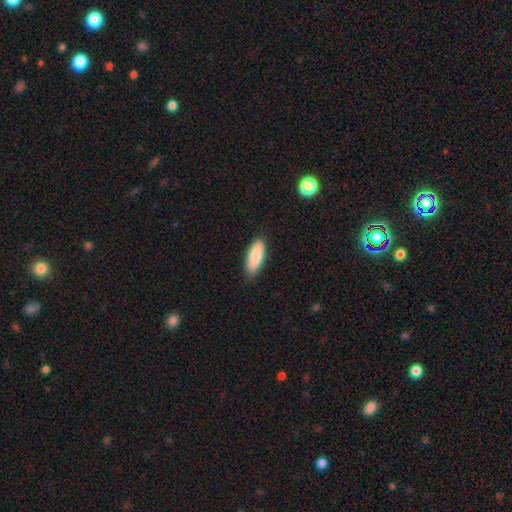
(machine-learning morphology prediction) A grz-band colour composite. It shows a smooth galaxy with no disk features (85%) that is in between round and cigar-shaped (75%). Merging: none (85%).